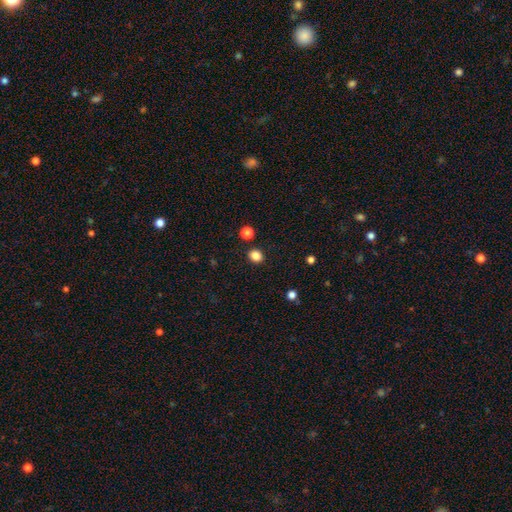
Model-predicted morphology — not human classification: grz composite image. It shows a smooth galaxy with no disk features (85%) that is round (65%). Merging: none (89%).